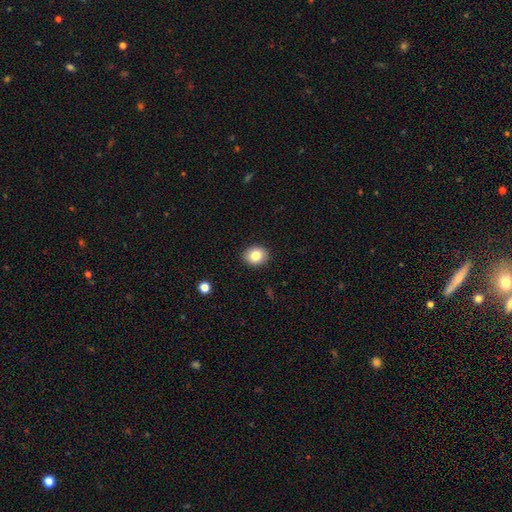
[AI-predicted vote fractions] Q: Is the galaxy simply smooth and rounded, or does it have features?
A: smooth — 84%.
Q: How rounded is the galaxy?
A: round — 58%.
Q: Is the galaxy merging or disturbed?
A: none — 90%.